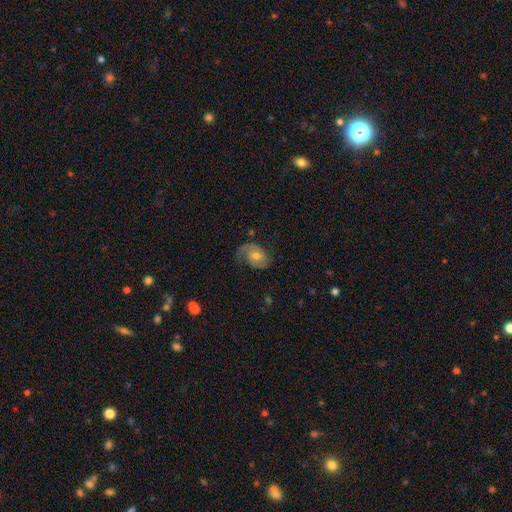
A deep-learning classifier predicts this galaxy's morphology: smooth_or_featured: featured or disk (p=0.77) [alt: smooth p=0.16]
disk_edge_on: no (p=0.97) [alt: yes p=0.03]
bar: no (p=0.47) [alt: weak p=0.44]
has_spiral_arms: yes (p=0.94) [alt: no p=0.06]
spiral_winding: medium (p=0.50) [alt: tight p=0.27]
spiral_arm_count: 2 (p=0.81) [alt: 1 p=0.10]
bulge_size: moderate (p=0.64) [alt: small p=0.27]
merging: none (p=0.67) [alt: minor disturbance p=0.20]